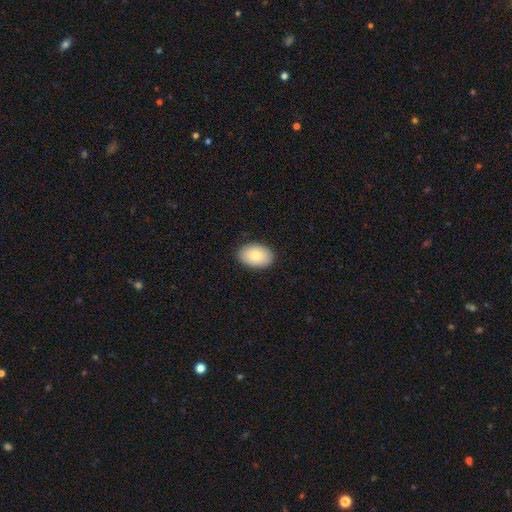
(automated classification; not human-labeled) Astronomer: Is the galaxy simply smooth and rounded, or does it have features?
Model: smooth — 80%.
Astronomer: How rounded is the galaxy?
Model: in between — 87%.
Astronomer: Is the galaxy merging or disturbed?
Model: none — 88%.